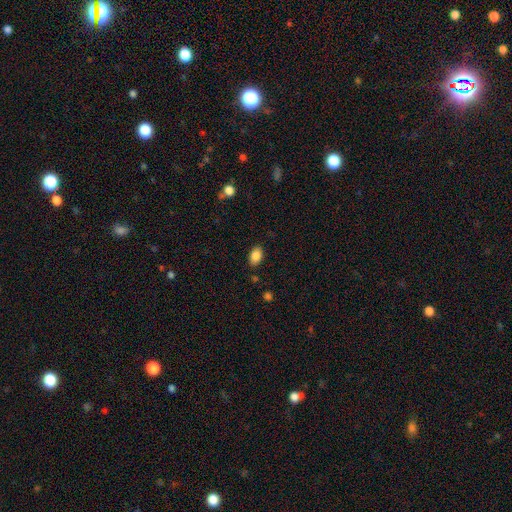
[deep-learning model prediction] smooth 87%, star or artifact 9%, featured or disk 5%. Down the decision tree: how rounded — in between (88%); merging — none (85%).